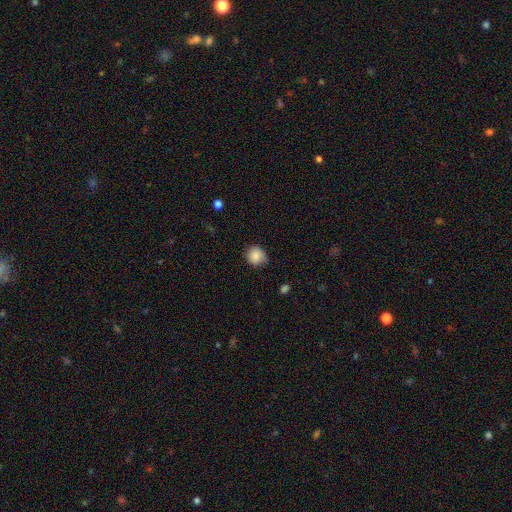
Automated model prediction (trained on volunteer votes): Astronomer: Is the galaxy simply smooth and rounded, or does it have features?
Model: smooth — 82%.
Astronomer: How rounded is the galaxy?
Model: round — 84%.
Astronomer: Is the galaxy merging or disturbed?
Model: none — 68%.